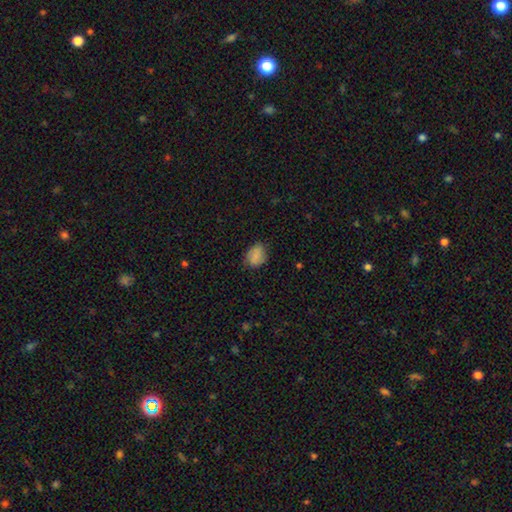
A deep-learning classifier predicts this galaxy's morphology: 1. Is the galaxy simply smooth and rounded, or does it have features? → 83% smooth, 8% star or artifact, 8% featured or disk.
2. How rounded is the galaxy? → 67% in between, 32% round, 1% cigar-shaped.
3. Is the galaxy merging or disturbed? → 71% none, 23% minor disturbance, 5% major disturbance, 1% merger.